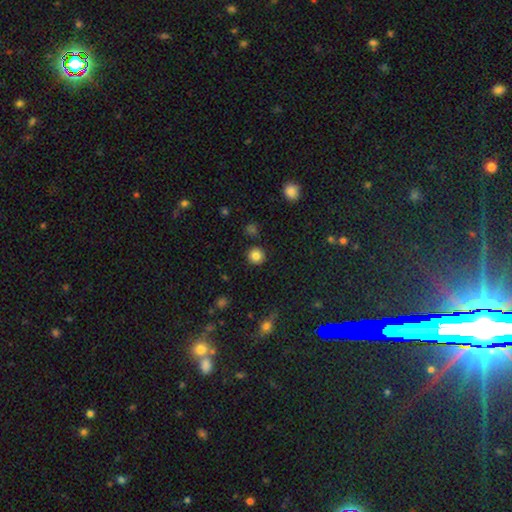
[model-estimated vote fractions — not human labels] The model was most divided on "smooth or featured": smooth: 84%, star or artifact: 11%, featured or disk: 5%. More confident: how rounded — round (93%); merging — none (90%).